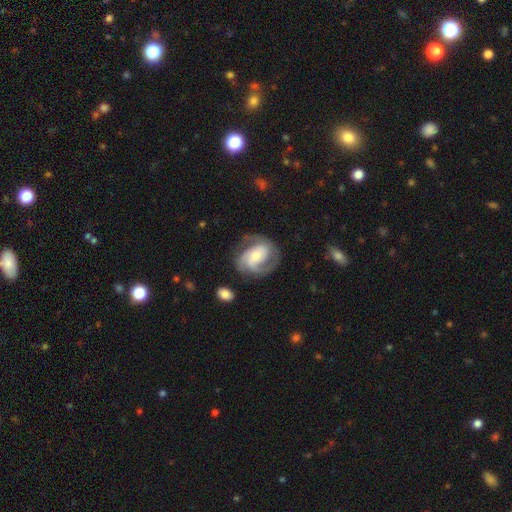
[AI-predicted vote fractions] The model was most divided on "bulge size": moderate: 46%, small: 42%, large: 7%, none: 3%, dominant: 2%. Remaining: edge-on disk — no (98%); spiral arms — yes (94%); smooth or featured — featured or disk (81%); merging — none (66%); spiral arm count — 2 (55%); bar — no (50%); spiral winding — medium (45%).